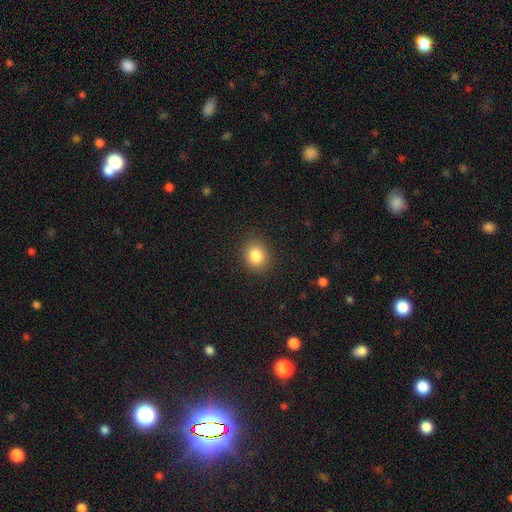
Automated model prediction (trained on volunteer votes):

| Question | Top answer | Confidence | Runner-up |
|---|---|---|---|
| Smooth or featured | smooth | 84% | star or artifact (10%) |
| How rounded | round | 70% | in between (29%) |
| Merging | none | 89% | minor disturbance (7%) |